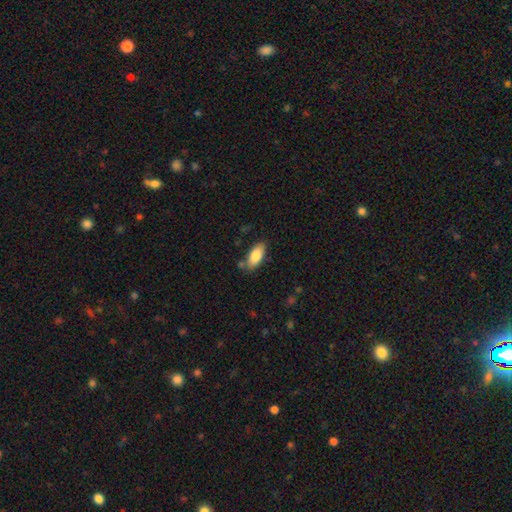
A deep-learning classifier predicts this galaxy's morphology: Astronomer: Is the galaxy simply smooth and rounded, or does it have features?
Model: smooth — 81%.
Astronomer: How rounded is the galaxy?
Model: in between — 86%.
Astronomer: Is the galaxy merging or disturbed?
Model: none — 76%.